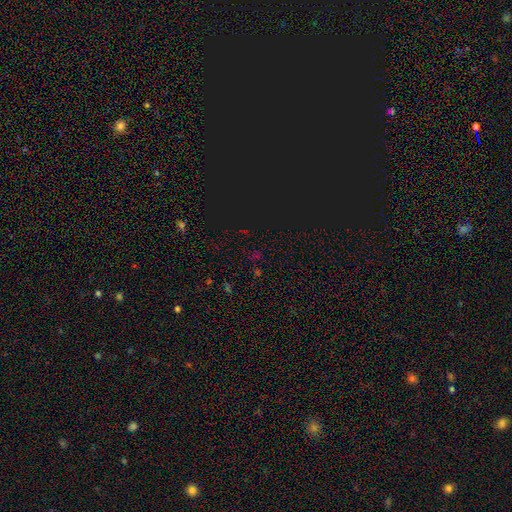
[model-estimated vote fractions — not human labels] A star or artifact, not a galaxy (70%).

Vote fractions:
- Smooth or featured? star or artifact: 70% / smooth: 23% / featured or disk: 8%